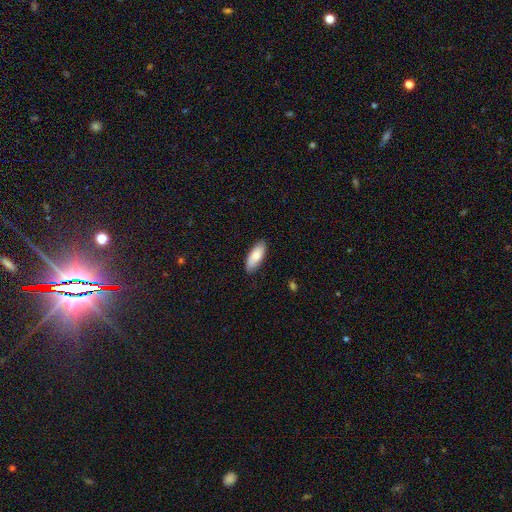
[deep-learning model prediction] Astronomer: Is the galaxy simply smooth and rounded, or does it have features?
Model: smooth — 82%.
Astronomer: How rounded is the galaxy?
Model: in between — 76%.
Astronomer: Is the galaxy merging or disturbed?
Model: none — 86%.